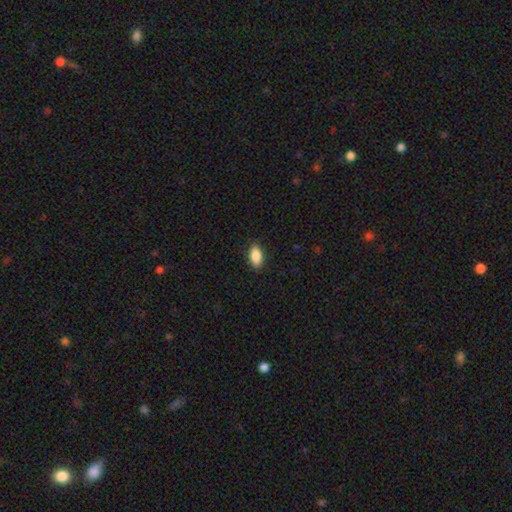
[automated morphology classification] smooth 88%, star or artifact 7%, featured or disk 5%. Down the decision tree: how rounded — in between (91%); merging — none (85%).